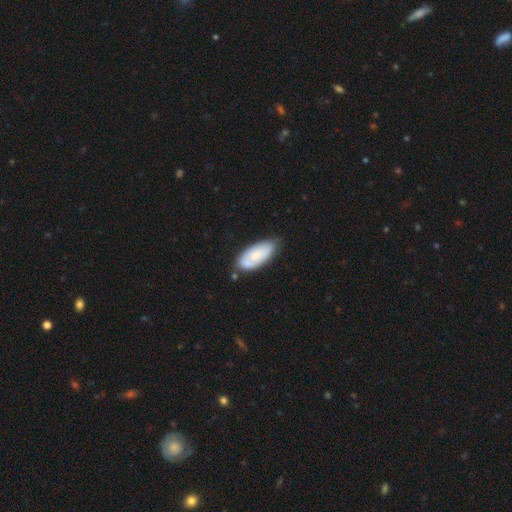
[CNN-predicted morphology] type=smooth (65%); roundness=in between (89%); merging=none (63%).